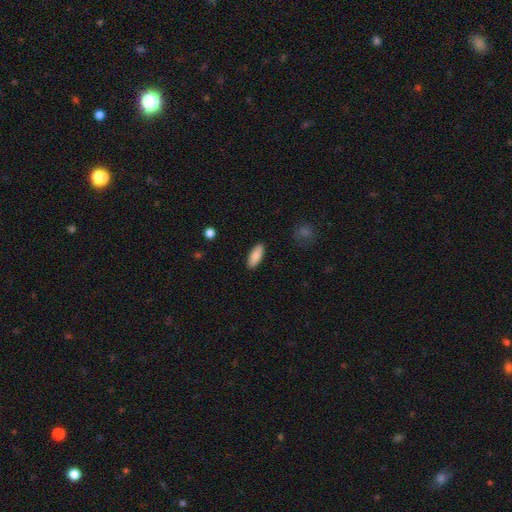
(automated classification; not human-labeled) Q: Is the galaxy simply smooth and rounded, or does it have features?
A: smooth — 89%.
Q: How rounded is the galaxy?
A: in between — 75%.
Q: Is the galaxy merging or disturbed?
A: none — 90%.